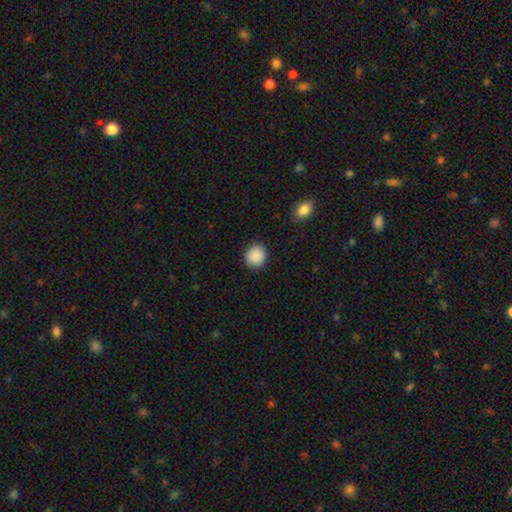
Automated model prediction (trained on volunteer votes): This appears to be a smooth galaxy with no disk features (90%) that is round (87%). Merging: none (91%).